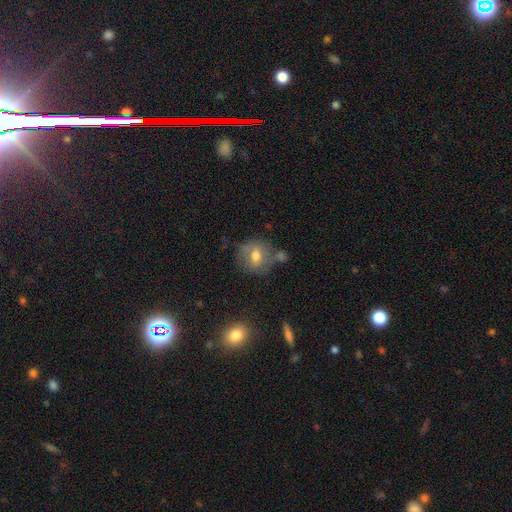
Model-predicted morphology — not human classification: Smooth or featured? Predicted: smooth (p=0.61). How rounded? Predicted: round (p=0.72). Merging? Predicted: none (p=0.65).